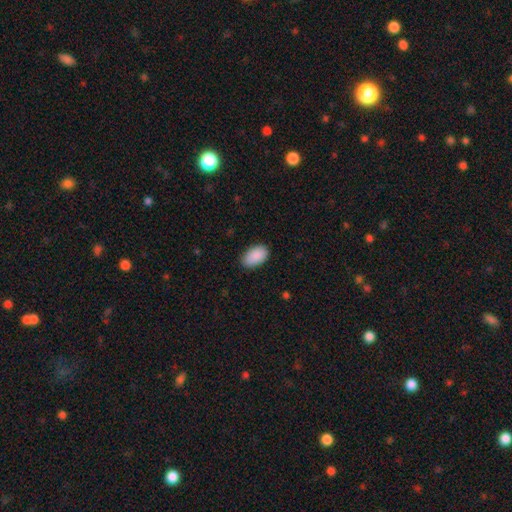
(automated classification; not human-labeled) This is clearly a smooth galaxy (91%). How rounded: clearly in between (93%). Merging: clearly none (84%).